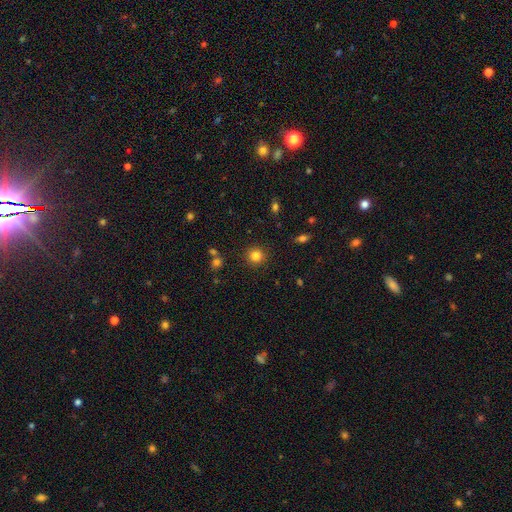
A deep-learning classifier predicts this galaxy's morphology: A smooth galaxy with no disk features (82%) that is round (93%).

Vote fractions:
- Smooth or featured? smooth: 82% / star or artifact: 12% / featured or disk: 6%
- How rounded? round: 93% / in between: 6% / cigar-shaped: 1%
- Merging? none: 90% / minor disturbance: 6% / major disturbance: 2% / merger: 2%